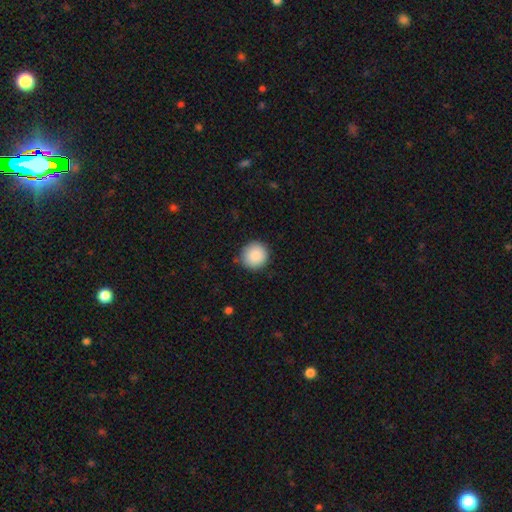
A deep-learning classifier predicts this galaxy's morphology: Smooth or featured?
  - smooth: 89% *
  - star or artifact: 7%
  - featured or disk: 4%
How rounded?
  - round: 95% *
  - in between: 4%
  - cigar-shaped: 1%
Merging?
  - none: 87% *
  - minor disturbance: 10%
  - major disturbance: 2%
  - merger: 1%